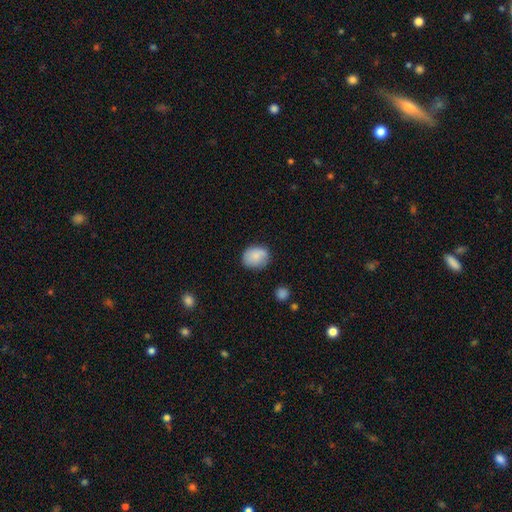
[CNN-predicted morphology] Smooth or featured?
  - smooth: 82% *
  - featured or disk: 10%
  - star or artifact: 8%
How rounded?
  - round: 60% *
  - in between: 39%
  - cigar-shaped: 1%
Merging?
  - none: 73% *
  - minor disturbance: 20%
  - major disturbance: 4%
  - merger: 2%